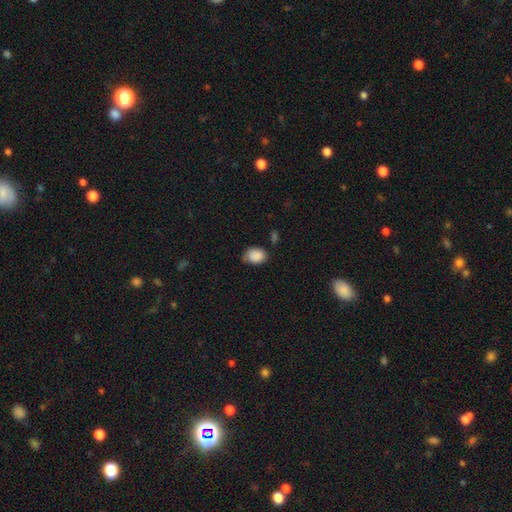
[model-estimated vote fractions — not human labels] Smooth or featured: smooth — 88% (star or artifact — 8%)
How rounded: in between — 66% (round — 33%)
Merging: none — 65% (minor disturbance — 26%)